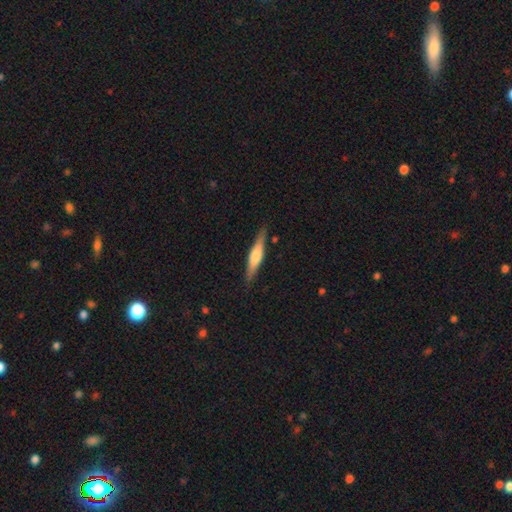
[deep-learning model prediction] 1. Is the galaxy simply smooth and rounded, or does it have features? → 52% featured or disk, 43% smooth, 6% star or artifact.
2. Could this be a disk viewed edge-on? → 96% yes, 4% no.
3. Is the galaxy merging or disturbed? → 87% none, 10% minor disturbance, 2% major disturbance, 2% merger.